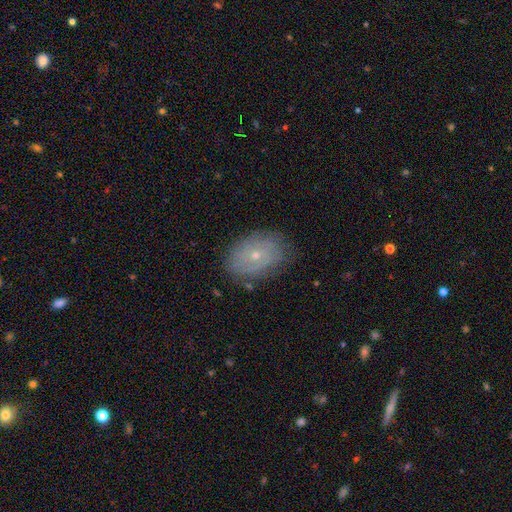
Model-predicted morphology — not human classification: Smooth or featured? Predicted: featured or disk (p=0.61). Edge-on disk? Predicted: no (p=0.95). Bar? Predicted: no (p=0.80). Spiral arms? Predicted: yes (p=0.74). Bulge size? Predicted: small (p=0.64). Merging? Predicted: none (p=0.77).